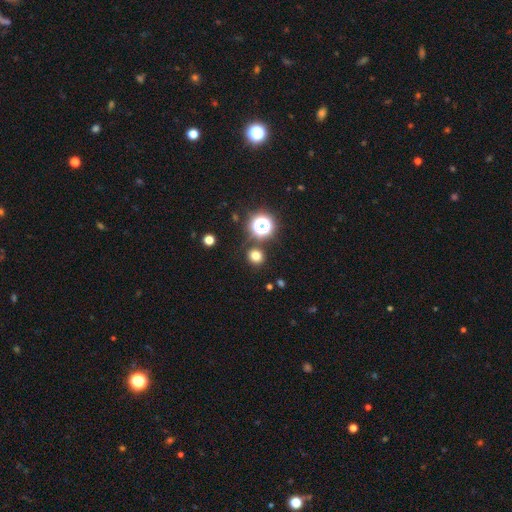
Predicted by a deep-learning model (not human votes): A smooth galaxy with no disk features (74%) that is round (86%). Merging: none (85%).